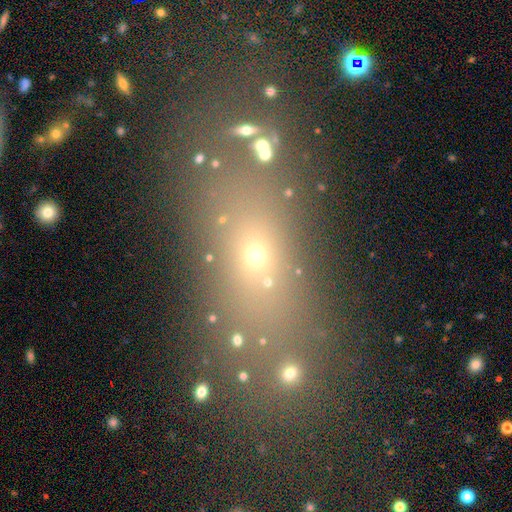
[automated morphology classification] Smooth or featured? Predicted: smooth (p=0.53). How rounded? Predicted: in between (p=0.66). Merging? Predicted: none (p=0.71).